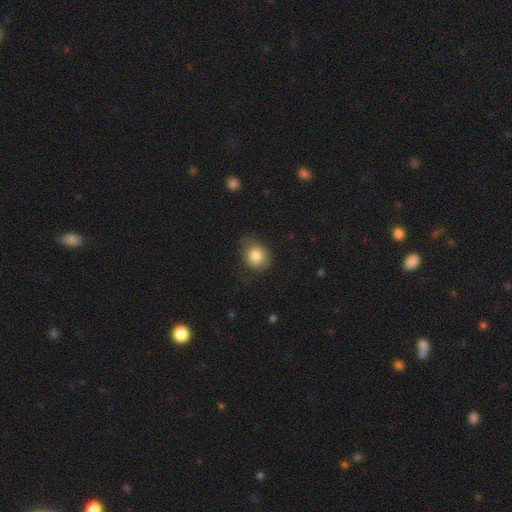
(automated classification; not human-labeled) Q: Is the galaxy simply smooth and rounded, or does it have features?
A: smooth — 81%.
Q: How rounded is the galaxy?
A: round — 59%.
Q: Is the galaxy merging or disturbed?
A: none — 62%.